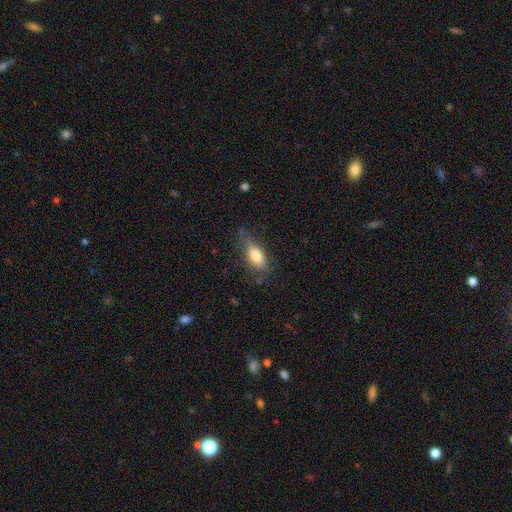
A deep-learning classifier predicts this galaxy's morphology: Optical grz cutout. It shows a smooth galaxy with no disk features (76%) that is in between round and cigar-shaped (78%). Merging: none (62%).